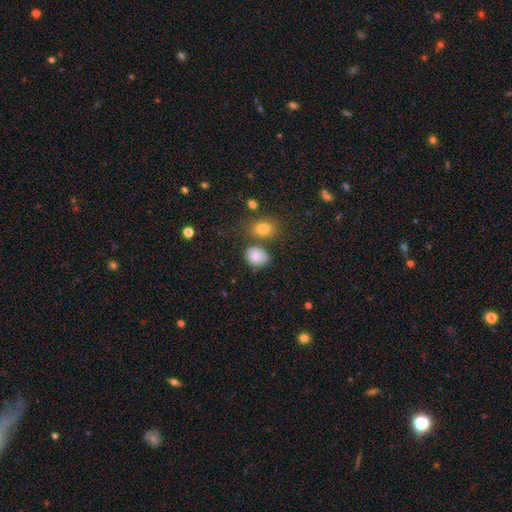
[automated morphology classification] Smooth or featured? Predicted: smooth (p=0.81). How rounded? Predicted: in between (p=0.51). Merging? Predicted: none (p=0.61).